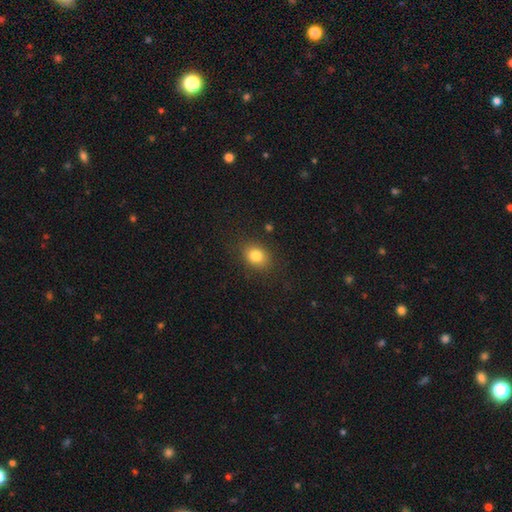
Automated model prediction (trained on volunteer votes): smooth 82%, star or artifact 11%, featured or disk 7%. Down the decision tree: how rounded — in between (51%); merging — none (84%).